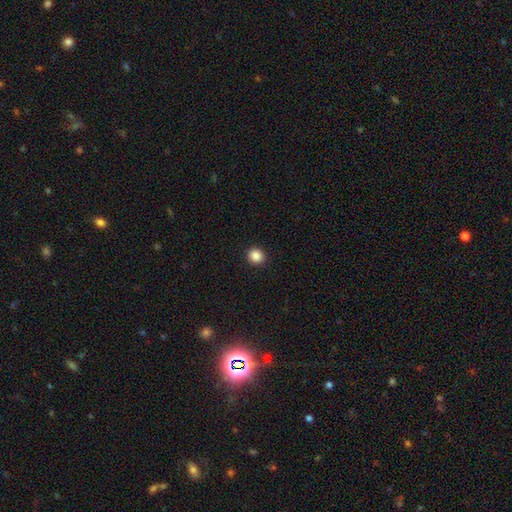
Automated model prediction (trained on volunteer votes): Smooth or featured? smooth (86%)
How rounded? round (88%)
Merging? none (92%)